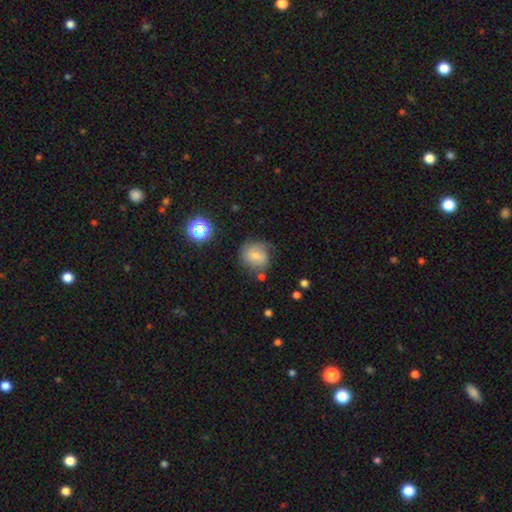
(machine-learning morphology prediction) Smooth or featured: smooth — 66% (featured or disk — 22%)
How rounded: round — 76% (in between — 23%)
Merging: none — 61% (minor disturbance — 24%)